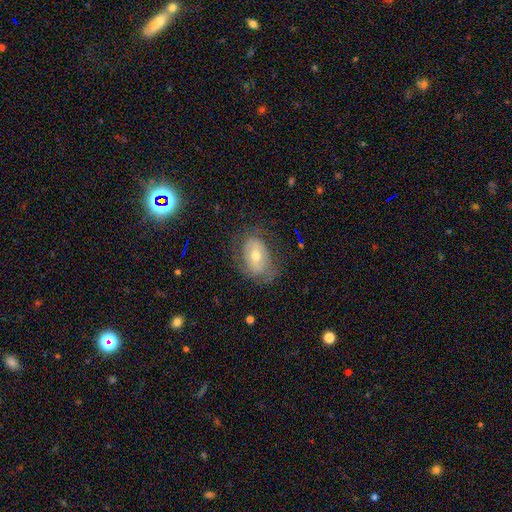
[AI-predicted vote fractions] smooth-or-featured: featured or disk: 49% | smooth: 40% | star or artifact: 10%
  merging: none: 60% | minor disturbance: 24% | major disturbance: 15% | merger: 1%